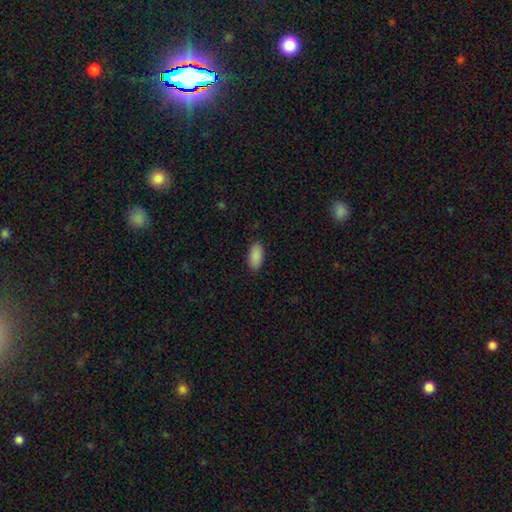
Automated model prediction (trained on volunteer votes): smooth 90%, star or artifact 6%, featured or disk 3%. Down the decision tree: how rounded — in between (94%); merging — none (88%).